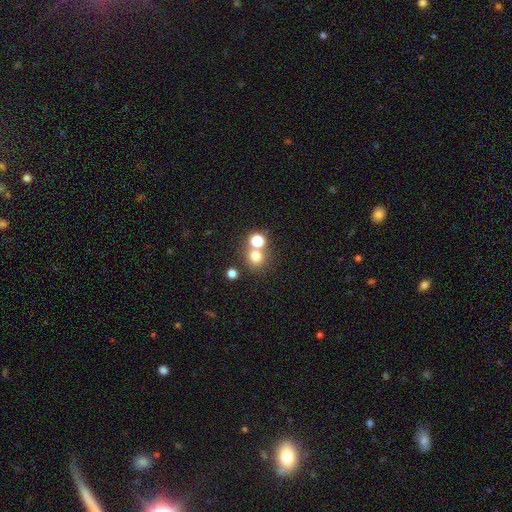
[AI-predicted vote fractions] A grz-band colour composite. It shows a smooth galaxy with no disk features (72%) that is round (87%). Merging: none (58%).